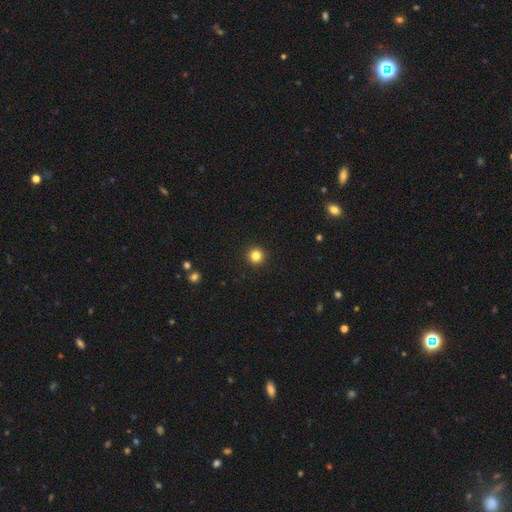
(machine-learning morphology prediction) Smooth or featured?
  - smooth: 83% *
  - star or artifact: 12%
  - featured or disk: 5%
How rounded?
  - round: 96% *
  - in between: 3%
  - cigar-shaped: 1%
Merging?
  - none: 94% *
  - minor disturbance: 4%
  - major disturbance: 1%
  - merger: 1%